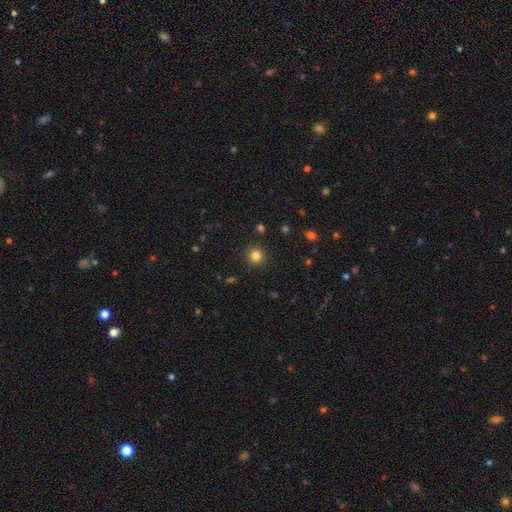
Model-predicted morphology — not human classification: smooth_or_featured: smooth (p=0.82) [alt: star or artifact p=0.13]
how_rounded: round (p=0.94) [alt: in between p=0.06]
merging: none (p=0.91) [alt: minor disturbance p=0.06]